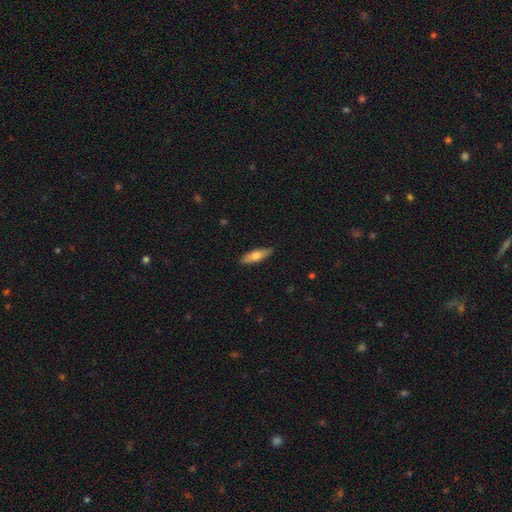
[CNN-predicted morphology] This appears to be a smooth galaxy with no disk features (69%) that is cigar-shaped (53%). Merging: none (88%).